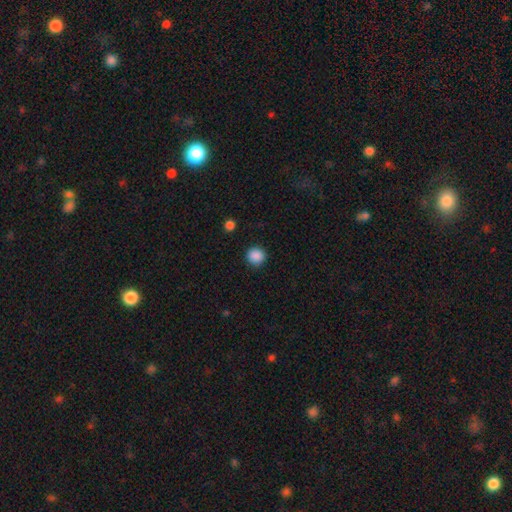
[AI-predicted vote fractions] Overall: smooth (88%). How rounded: round (91%). Merging: none (90%).